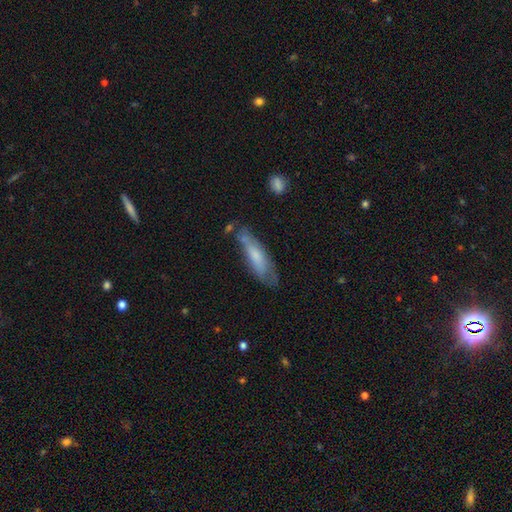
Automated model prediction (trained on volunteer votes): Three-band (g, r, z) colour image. It shows a smooth galaxy with no disk features (60%) that is cigar-shaped (63%). Merging: none (54%).